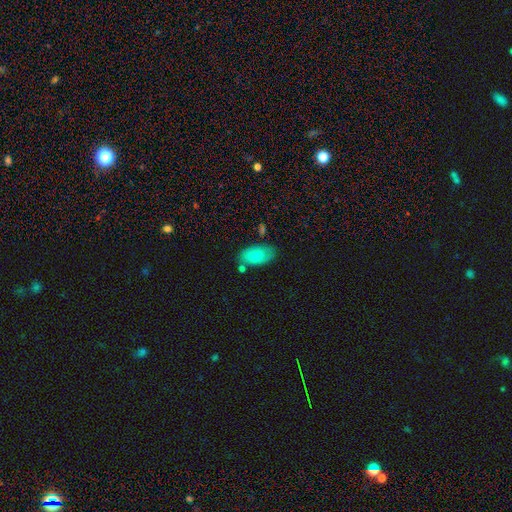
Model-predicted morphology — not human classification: type=smooth (81%); roundness=in between (94%); merging=none (74%).